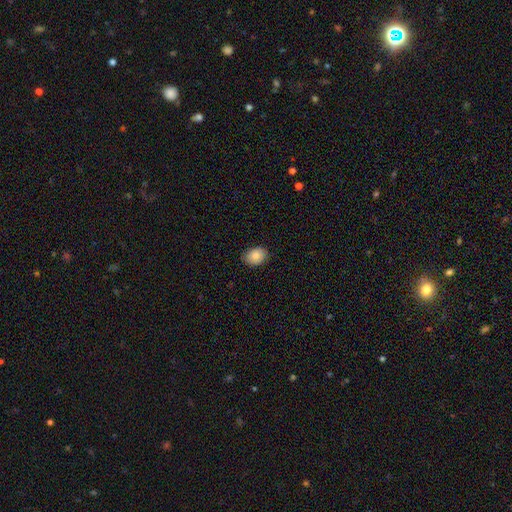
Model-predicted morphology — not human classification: A smooth galaxy with no disk features (84%) that is in between round and cigar-shaped (65%). Merging: none (84%).